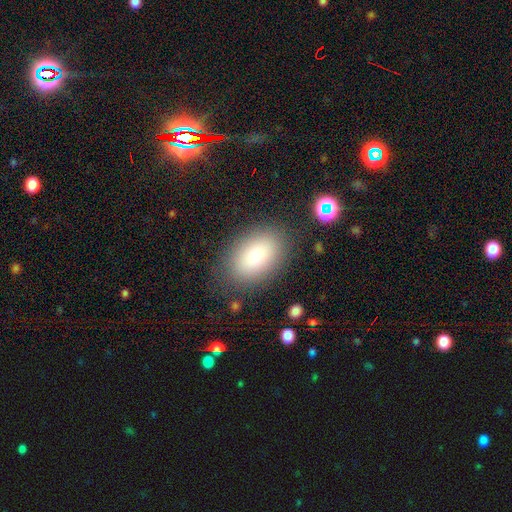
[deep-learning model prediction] smooth 80%, featured or disk 10%, star or artifact 10%. Down the decision tree: how rounded — in between (86%); merging — none (81%).